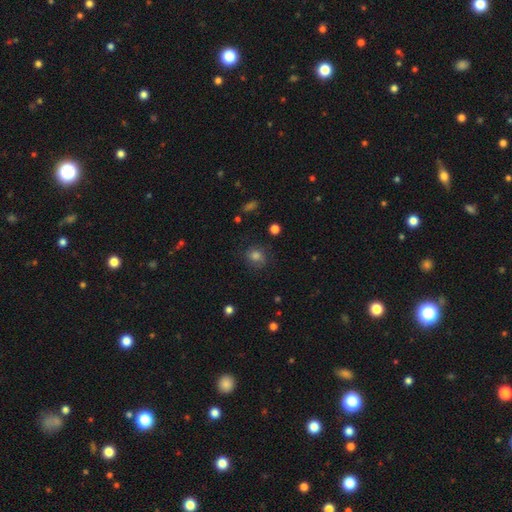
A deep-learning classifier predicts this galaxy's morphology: This appears to be a smooth galaxy with no disk features (71%) that is round (70%). Merging: none (75%).